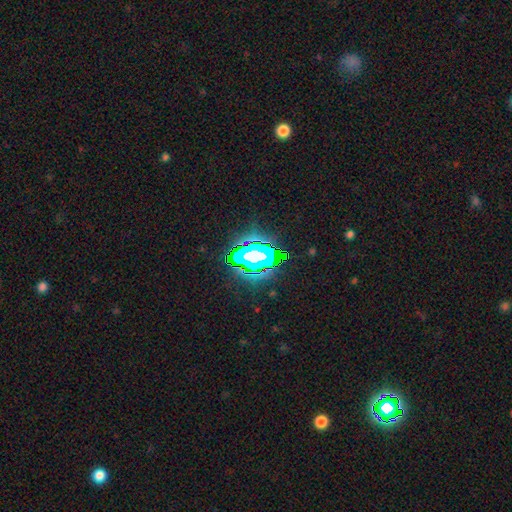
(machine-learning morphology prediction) smooth-or-featured: star or artifact: 58% | smooth: 23% | featured or disk: 19%